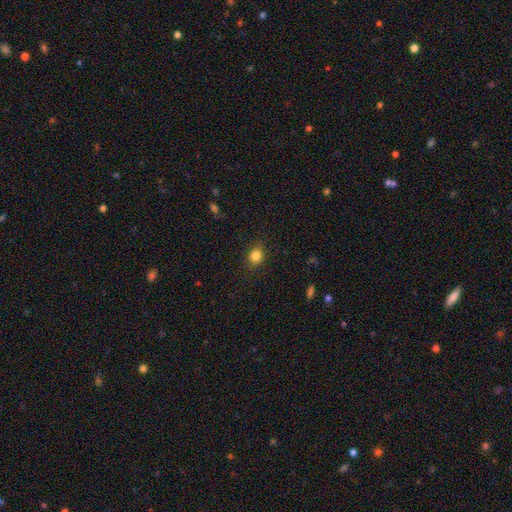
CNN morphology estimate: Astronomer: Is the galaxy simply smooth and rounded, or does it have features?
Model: smooth — 83%.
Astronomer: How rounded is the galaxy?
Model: round — 68%.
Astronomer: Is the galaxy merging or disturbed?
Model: none — 88%.